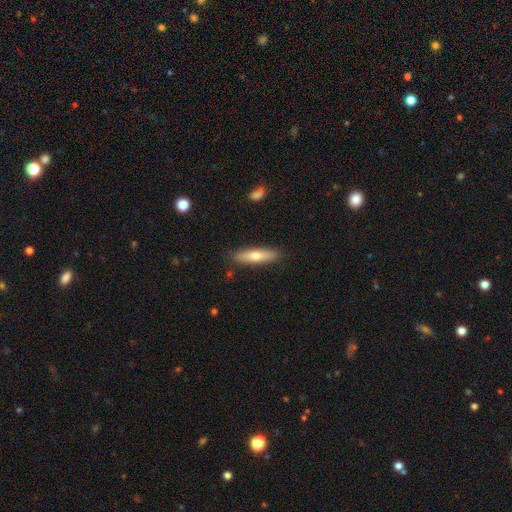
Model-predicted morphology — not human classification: This is likely a smooth galaxy (60%). How rounded: likely cigar-shaped (76%). Merging: clearly none (88%).